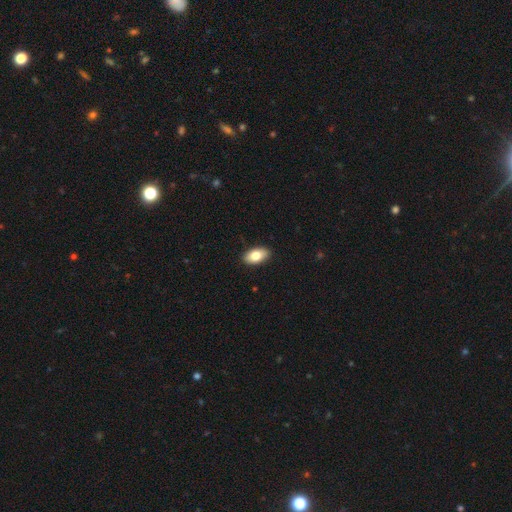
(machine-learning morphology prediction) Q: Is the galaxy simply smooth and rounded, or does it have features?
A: smooth — 81%.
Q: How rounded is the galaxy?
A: in between — 93%.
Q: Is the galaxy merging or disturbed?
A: none — 90%.